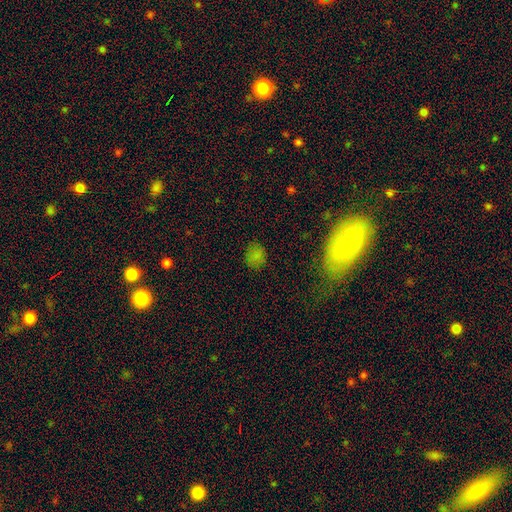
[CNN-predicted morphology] The model was most divided on "how rounded": round: 66%, in between: 33%, cigar-shaped: 2%. More confident: merging — none (83%); smooth or featured — smooth (75%).